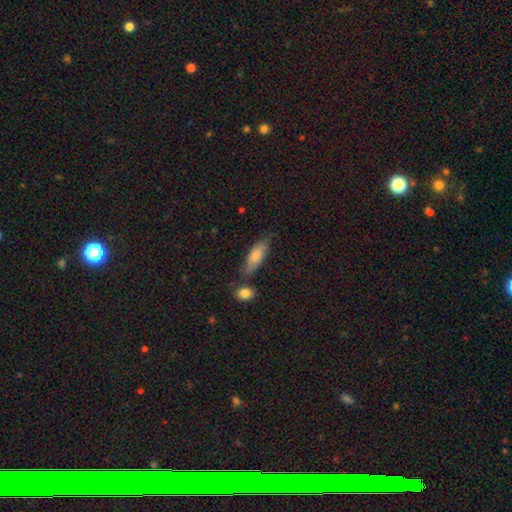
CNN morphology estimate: This is likely a smooth galaxy (75%). How rounded: likely in between (63%). Merging: likely none (65%).